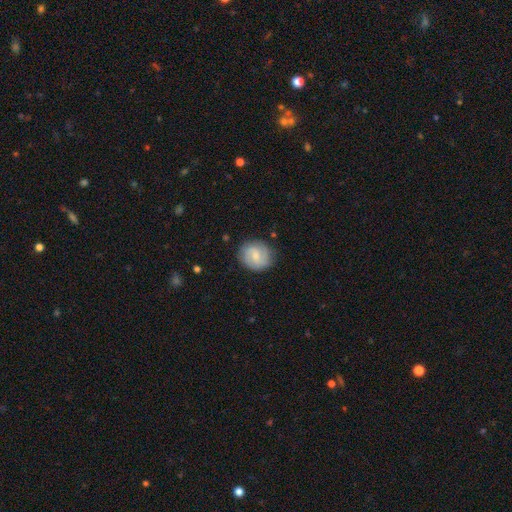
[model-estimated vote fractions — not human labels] Morphology: type=smooth (47%, tied with featured or disk); merging=none (83%).